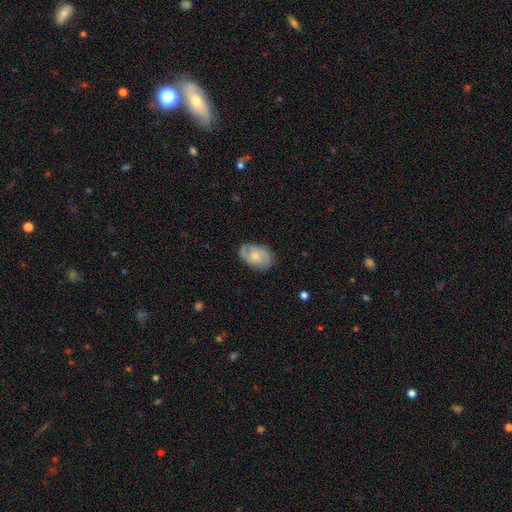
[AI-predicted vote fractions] Q: Smooth or featured?
A: featured or disk (55%); runner-up: smooth (38%)
Q: Edge-on disk?
A: no (96%); runner-up: yes (4%)
Q: Bar?
A: no (70%); runner-up: weak (26%)
Q: Spiral arms?
A: yes (84%); runner-up: no (16%)
Q: Bulge size?
A: small (49%); runner-up: moderate (37%)
Q: Merging?
A: none (75%); runner-up: minor disturbance (18%)